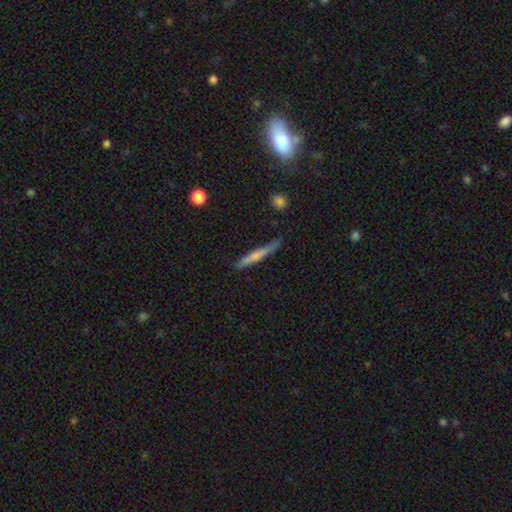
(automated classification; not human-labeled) This is likely a smooth galaxy (61%). How rounded: clearly cigar-shaped (95%). Merging: likely none (78%).